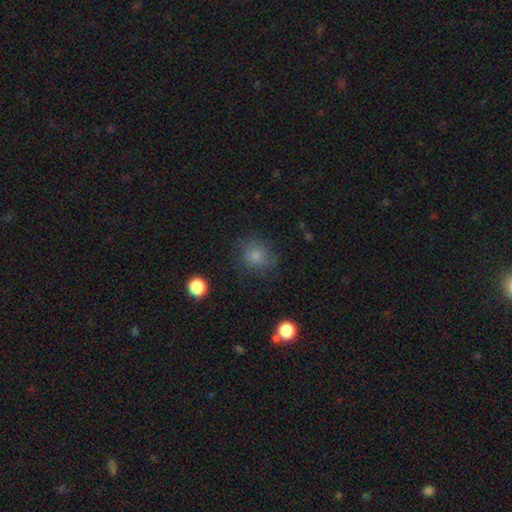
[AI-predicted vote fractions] Smooth or featured? smooth (81%)
How rounded? round (83%)
Merging? none (75%)